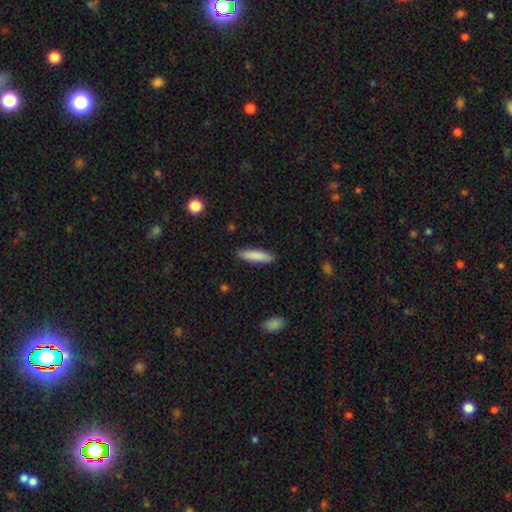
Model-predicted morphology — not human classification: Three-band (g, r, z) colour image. It shows a smooth galaxy with no disk features (85%) that is cigar-shaped (77%). Merging: none (89%).